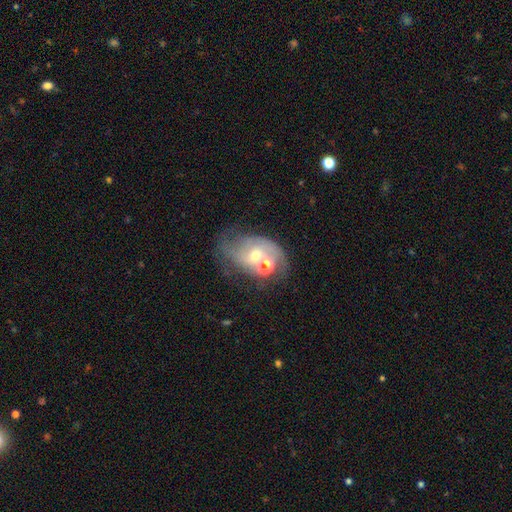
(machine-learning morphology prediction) Q: Smooth or featured?
A: featured or disk (62%); runner-up: smooth (28%)
Q: Edge-on disk?
A: no (96%); runner-up: yes (4%)
Q: Bar?
A: no (70%); runner-up: weak (24%)
Q: Spiral arms?
A: yes (66%); runner-up: no (34%)
Q: Bulge size?
A: moderate (56%); runner-up: small (34%)
Q: Merging?
A: merger (44%); runner-up: none (24%)